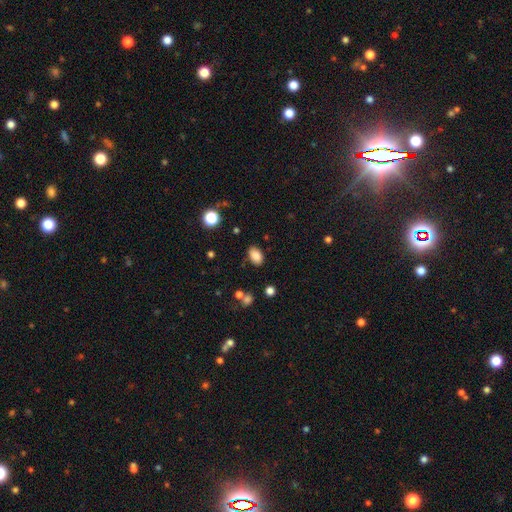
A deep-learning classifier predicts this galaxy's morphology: smooth 85%, star or artifact 10%, featured or disk 5%. Down the decision tree: how rounded — in between (88%); merging — none (82%).